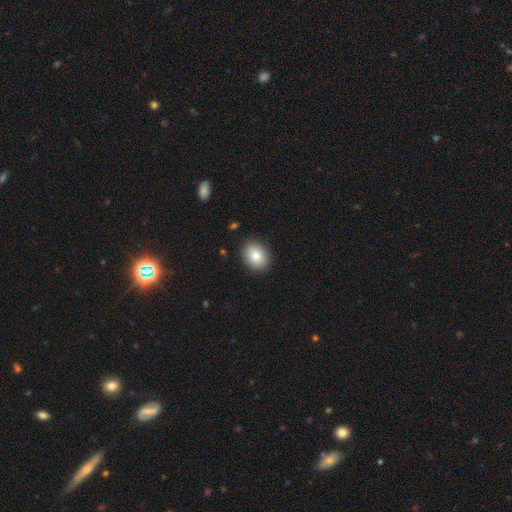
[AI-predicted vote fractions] This appears to be a smooth galaxy with no disk features (83%) that is in between round and cigar-shaped (51%). Merging: none (89%).